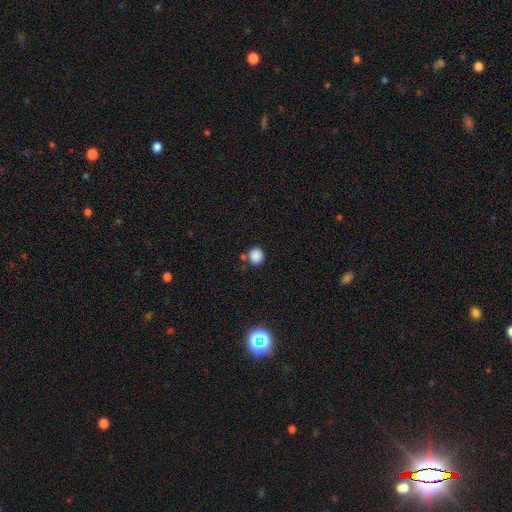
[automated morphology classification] Overall: smooth (86%). How rounded: round (84%). Merging: none (78%).